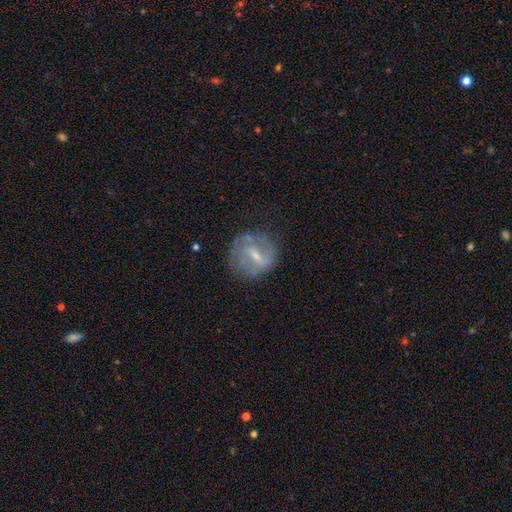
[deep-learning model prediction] Q: Smooth or featured?
A: featured or disk (68%); runner-up: smooth (23%)
Q: Edge-on disk?
A: no (95%); runner-up: yes (5%)
Q: Bar?
A: weak (51%); runner-up: strong (35%)
Q: Spiral arms?
A: yes (72%); runner-up: no (28%)
Q: Bulge size?
A: small (51%); runner-up: moderate (36%)
Q: Merging?
A: none (72%); runner-up: minor disturbance (18%)